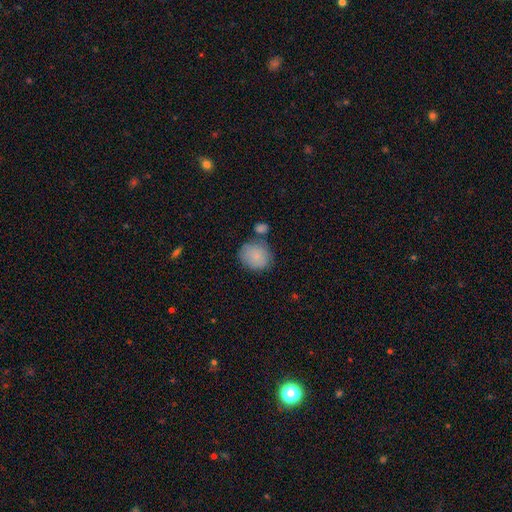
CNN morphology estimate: This is clearly a smooth galaxy (85%). How rounded: likely round (70%). Merging: likely none (61%).